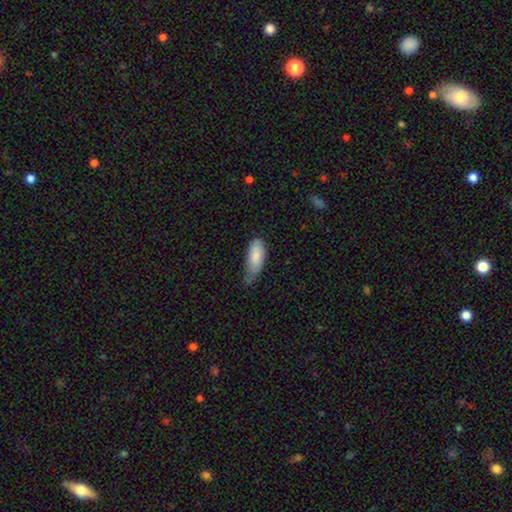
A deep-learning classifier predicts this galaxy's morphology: type=smooth (84%); roundness=in between (84%); merging=minor disturbance (48%).